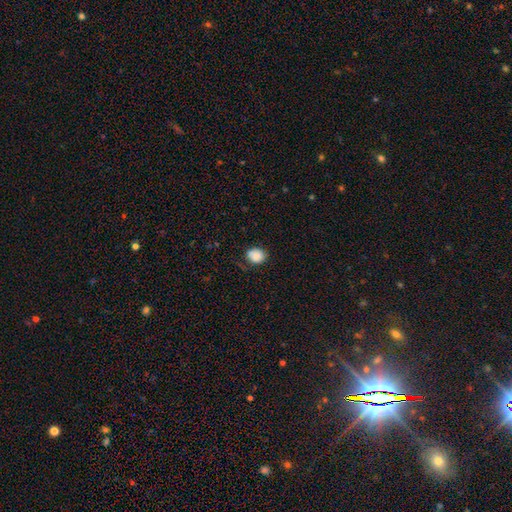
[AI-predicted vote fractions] A smooth galaxy with no disk features (85%) that is round (61%).

Vote fractions:
- Smooth or featured? smooth: 85% / star or artifact: 9% / featured or disk: 6%
- How rounded? round: 61% / in between: 38% / cigar-shaped: 1%
- Merging? none: 69% / minor disturbance: 23% / major disturbance: 6% / merger: 2%